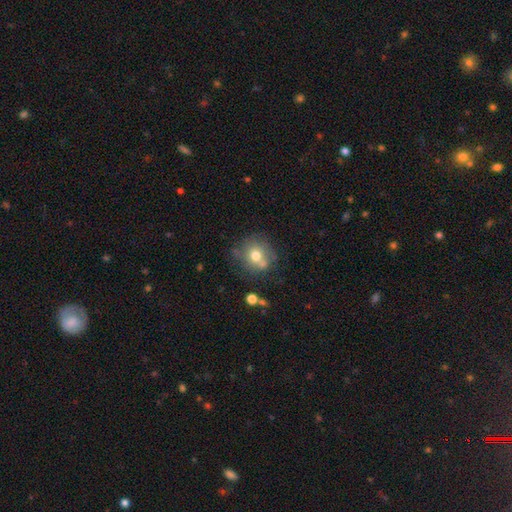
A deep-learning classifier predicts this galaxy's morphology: Smooth or featured? Predicted: smooth (p=0.70). How rounded? Predicted: round (p=0.87). Merging? Predicted: none (p=0.62).